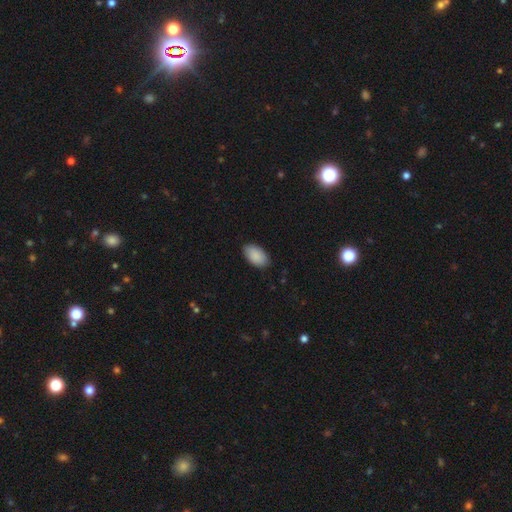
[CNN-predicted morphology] Overall: smooth (91%). How rounded: in between (95%). Merging: none (86%).